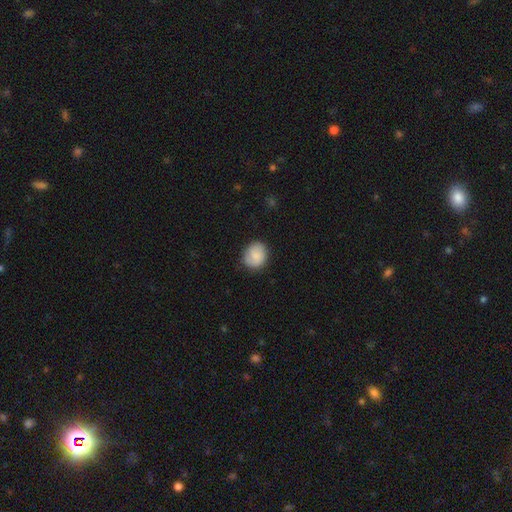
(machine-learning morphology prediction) The model was most divided on "how rounded": round: 72%, in between: 27%, cigar-shaped: 1%. More confident: merging — none (80%); smooth or featured — smooth (79%).